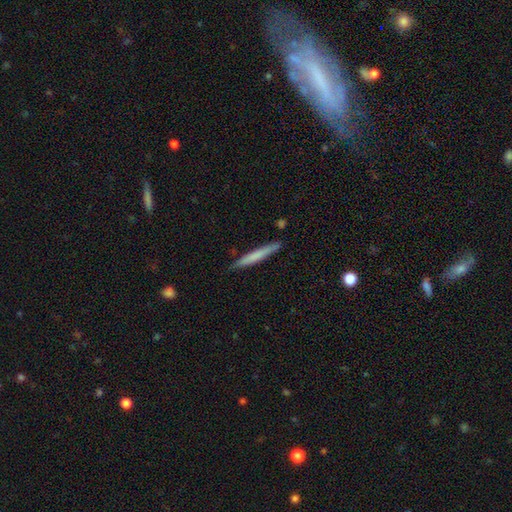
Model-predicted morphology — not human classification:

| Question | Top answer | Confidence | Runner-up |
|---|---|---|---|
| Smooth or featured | smooth | 66% | featured or disk (28%) |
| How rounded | cigar-shaped | 96% | in between (3%) |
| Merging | none | 87% | minor disturbance (10%) |